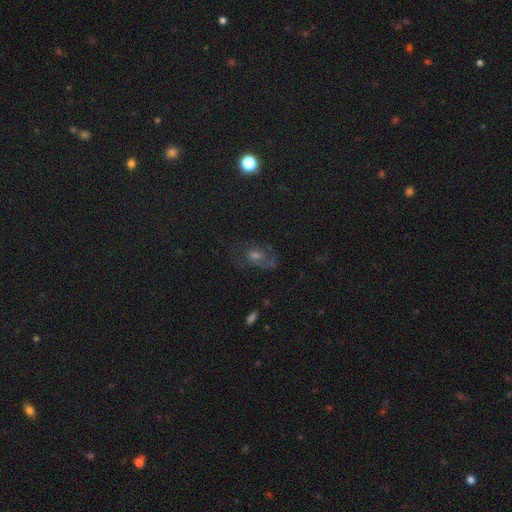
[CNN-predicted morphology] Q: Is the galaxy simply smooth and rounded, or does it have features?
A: featured or disk — 44%.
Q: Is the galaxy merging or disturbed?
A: none — 59%.